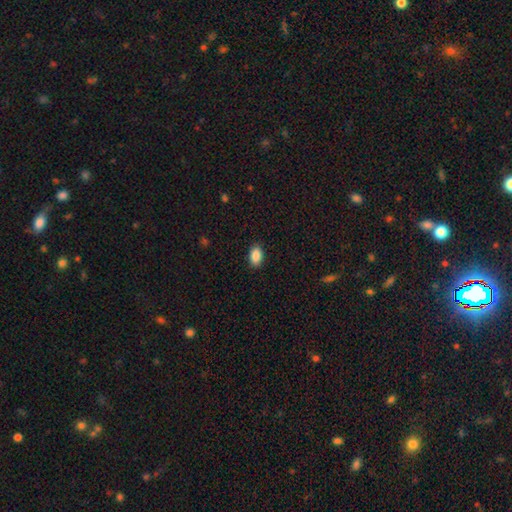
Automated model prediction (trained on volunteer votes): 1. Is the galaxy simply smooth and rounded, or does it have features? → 89% smooth, 8% star or artifact, 3% featured or disk.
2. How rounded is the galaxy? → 88% in between, 11% round, 1% cigar-shaped.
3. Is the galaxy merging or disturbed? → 88% none, 9% minor disturbance, 2% major disturbance, 1% merger.